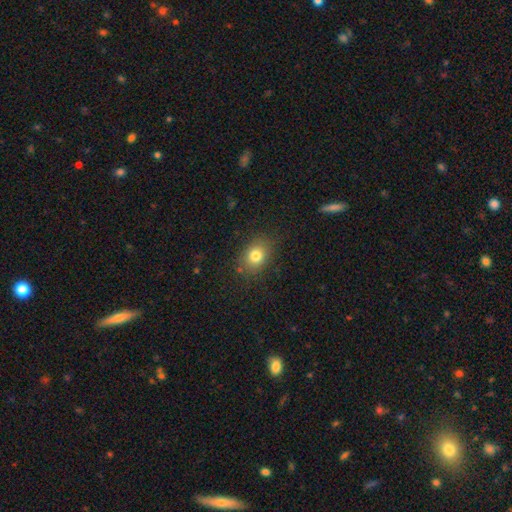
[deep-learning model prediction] Smooth or featured? smooth (79%)
How rounded? in between (55%)
Merging? none (82%)